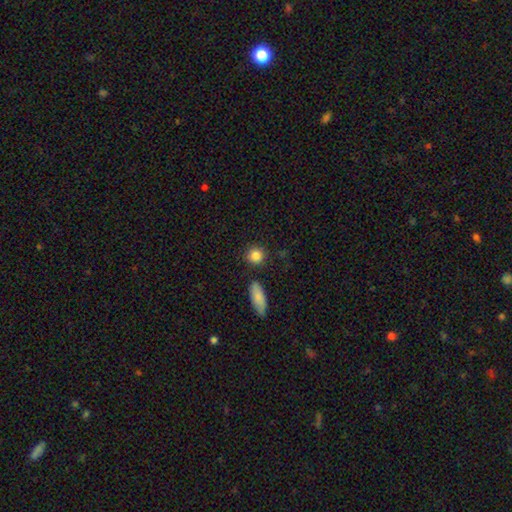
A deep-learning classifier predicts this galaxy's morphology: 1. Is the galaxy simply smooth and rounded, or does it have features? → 86% smooth, 9% star or artifact, 5% featured or disk.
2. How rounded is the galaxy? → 85% round, 13% in between, 2% cigar-shaped.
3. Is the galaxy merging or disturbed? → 84% none, 9% minor disturbance, 5% merger, 3% major disturbance.